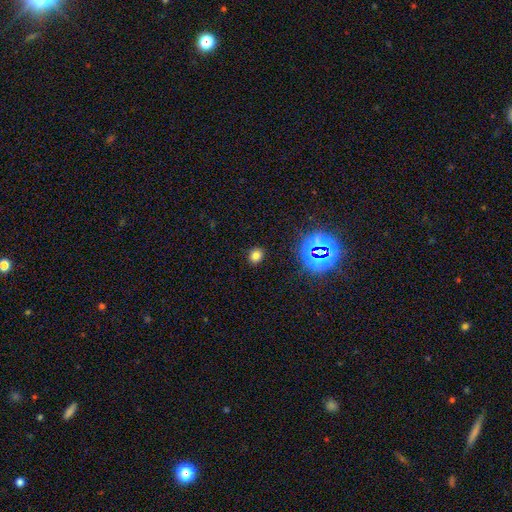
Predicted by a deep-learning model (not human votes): A smooth galaxy with no disk features (72%) that is round (60%).

Vote fractions:
- Smooth or featured? smooth: 72% / star or artifact: 22% / featured or disk: 6%
- How rounded? round: 60% / in between: 39% / cigar-shaped: 1%
- Merging? none: 88% / minor disturbance: 8% / major disturbance: 3% / merger: 1%